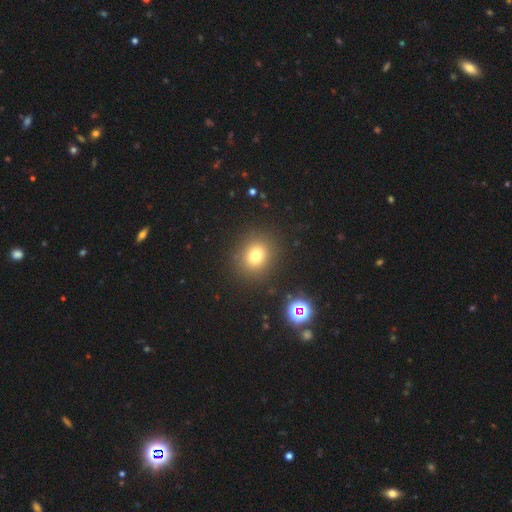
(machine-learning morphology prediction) Smooth or featured: smooth — 75% (star or artifact — 16%)
How rounded: round — 73% (in between — 27%)
Merging: none — 88% (minor disturbance — 7%)